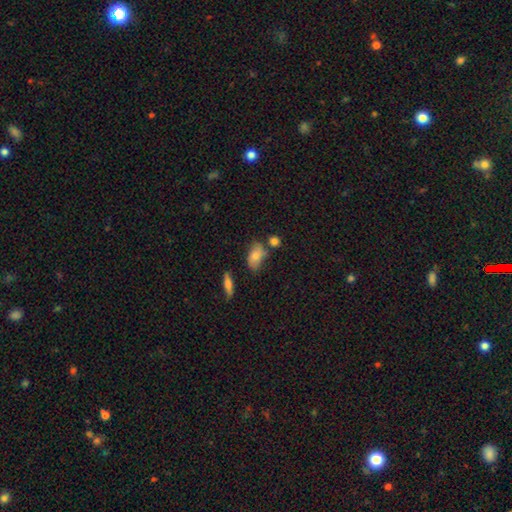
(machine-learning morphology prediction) Smooth or featured? Predicted: smooth (p=0.78). How rounded? Predicted: in between (p=0.87). Merging? Predicted: none (p=0.58).